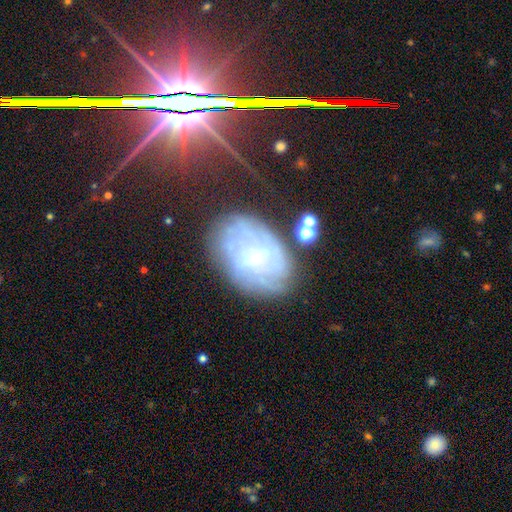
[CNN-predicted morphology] A featured or disk galaxy (63%) with a weak bar (49%), spiral arms (64%) and a small central bulge (46%). Merging: none (63%).